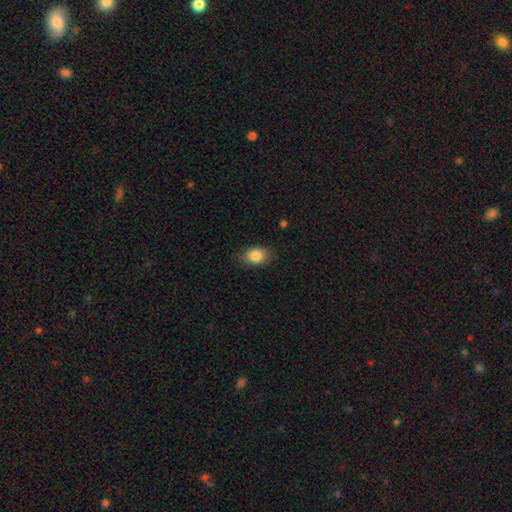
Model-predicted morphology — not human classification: A smooth galaxy with no disk features (86%) that is in between round and cigar-shaped (74%).

Vote fractions:
- Smooth or featured? smooth: 86% / star or artifact: 8% / featured or disk: 6%
- How rounded? in between: 74% / round: 25% / cigar-shaped: 1%
- Merging? none: 83% / minor disturbance: 13% / major disturbance: 3% / merger: 1%